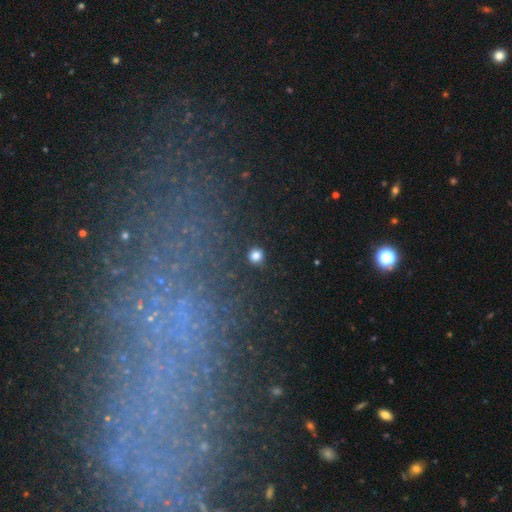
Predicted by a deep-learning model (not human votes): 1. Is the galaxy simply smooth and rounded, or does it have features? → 78% smooth, 16% star or artifact, 7% featured or disk.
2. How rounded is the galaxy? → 90% round, 9% in between, 1% cigar-shaped.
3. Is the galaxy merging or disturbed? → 90% none, 6% minor disturbance, 3% major disturbance, 2% merger.